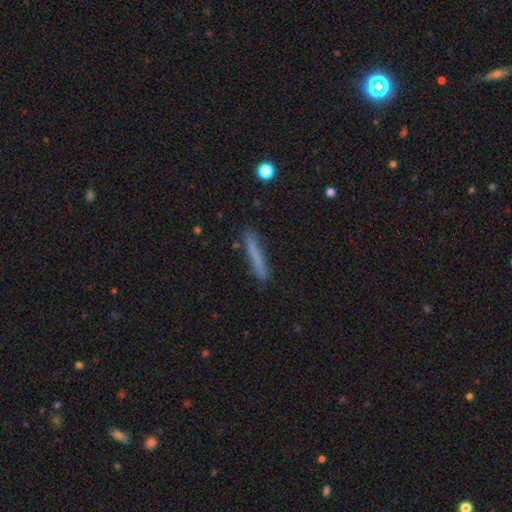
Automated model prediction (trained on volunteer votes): A smooth galaxy with no disk features (70%) that is cigar-shaped (95%).

Vote fractions:
- Smooth or featured? smooth: 70% / featured or disk: 23% / star or artifact: 8%
- How rounded? cigar-shaped: 95% / in between: 3% / round: 1%
- Merging? none: 87% / minor disturbance: 9% / major disturbance: 2% / merger: 2%